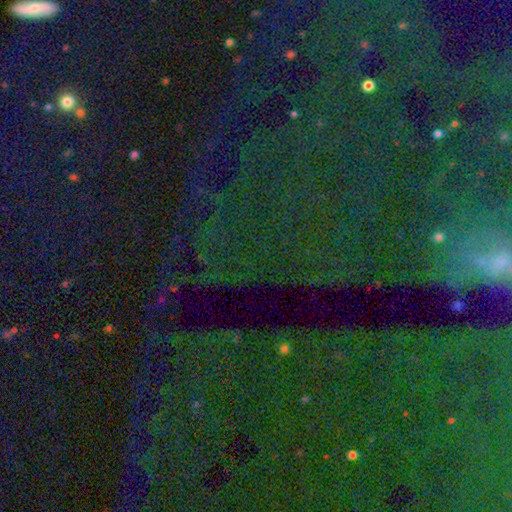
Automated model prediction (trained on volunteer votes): Q: Smooth or featured?
A: star or artifact (81%); runner-up: smooth (10%)